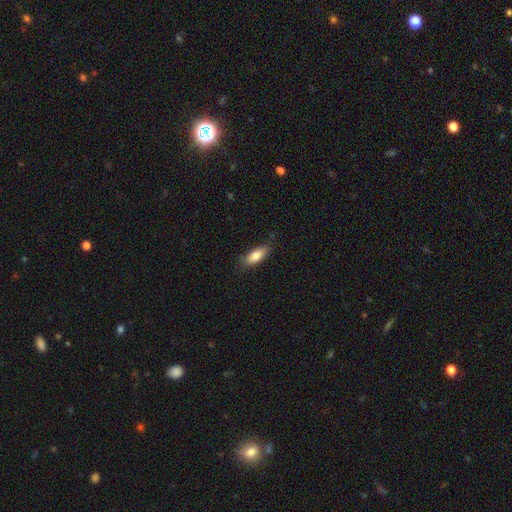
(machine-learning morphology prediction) Smooth or featured? Predicted: smooth (p=0.81). How rounded? Predicted: in between (p=0.69). Merging? Predicted: none (p=0.83).